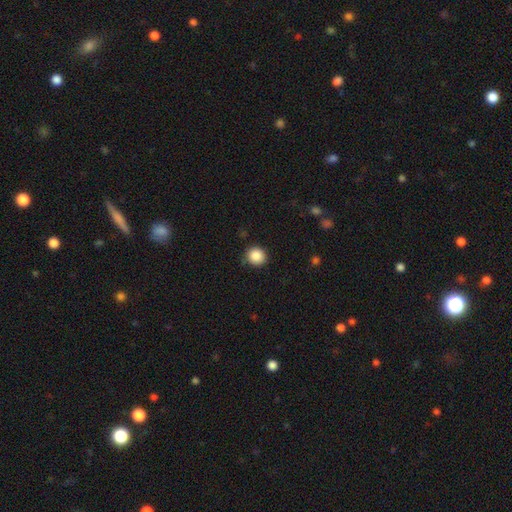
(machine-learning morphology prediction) smooth-or-featured: smooth: 87% | star or artifact: 9% | featured or disk: 3%
  how-rounded: round: 92% | in between: 7% | cigar-shaped: 1%
  merging: none: 86% | minor disturbance: 11% | major disturbance: 3% | merger: 1%